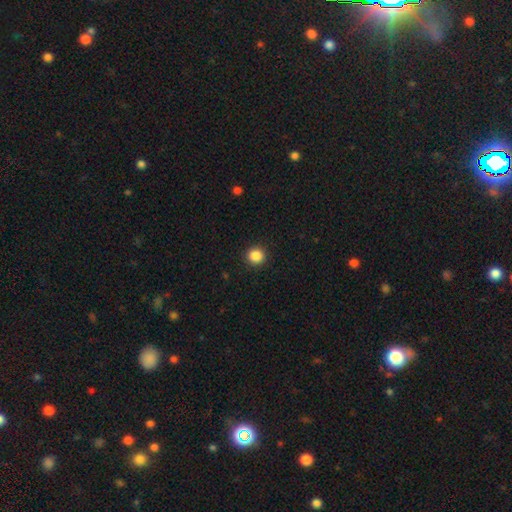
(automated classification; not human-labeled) A smooth galaxy with no disk features (87%) that is round (92%). Merging: none (92%).